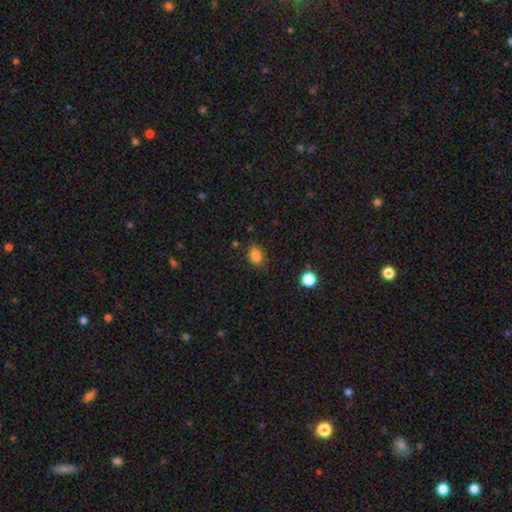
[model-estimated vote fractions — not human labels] smooth-or-featured: smooth: 84% | star or artifact: 11% | featured or disk: 6%
  how-rounded: in between: 75% | round: 23% | cigar-shaped: 1%
  merging: none: 80% | minor disturbance: 15% | major disturbance: 3% | merger: 2%